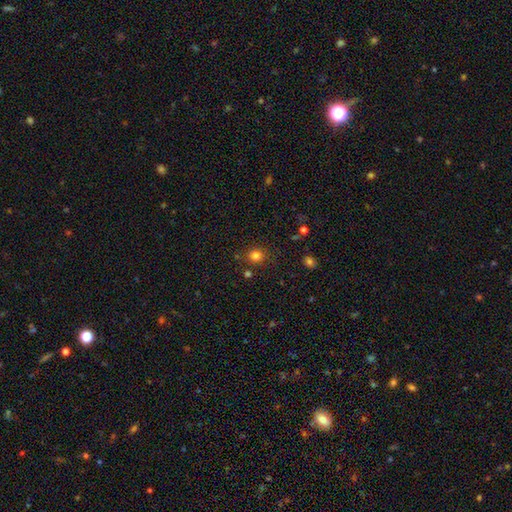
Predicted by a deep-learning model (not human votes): smooth-or-featured: smooth: 81% | star or artifact: 14% | featured or disk: 5%
  how-rounded: round: 84% | in between: 15% | cigar-shaped: 1%
  merging: none: 82% | minor disturbance: 10% | merger: 4% | major disturbance: 4%